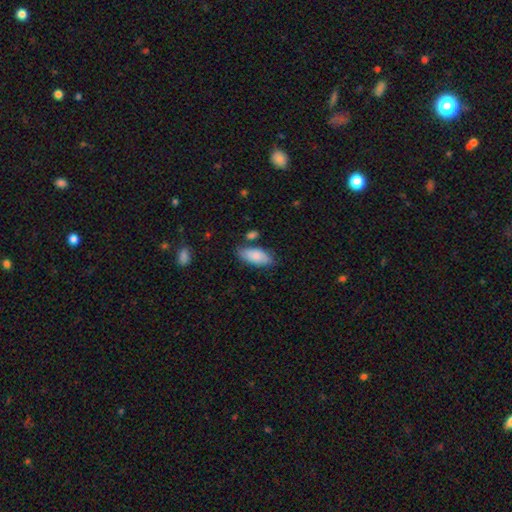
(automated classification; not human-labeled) A smooth galaxy with no disk features (83%) that is in between round and cigar-shaped (88%).

Vote fractions:
- Smooth or featured? smooth: 83% / featured or disk: 11% / star or artifact: 6%
- How rounded? in between: 88% / cigar-shaped: 10% / round: 2%
- Merging? none: 69% / minor disturbance: 19% / merger: 7% / major disturbance: 4%